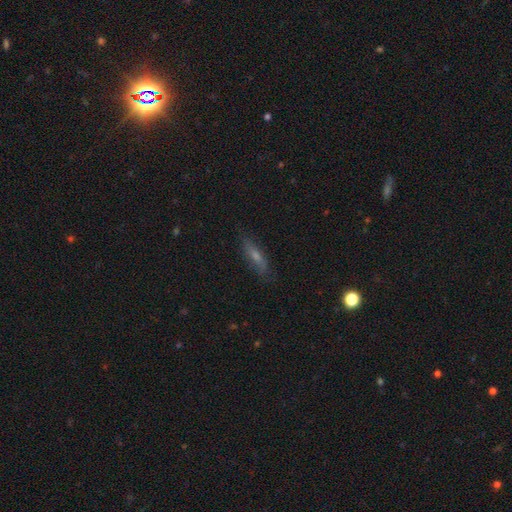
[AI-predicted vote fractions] smooth-or-featured: featured or disk: 44% | smooth: 41% | star or artifact: 14%
  merging: none: 83% | minor disturbance: 13% | major disturbance: 3% | merger: 1%